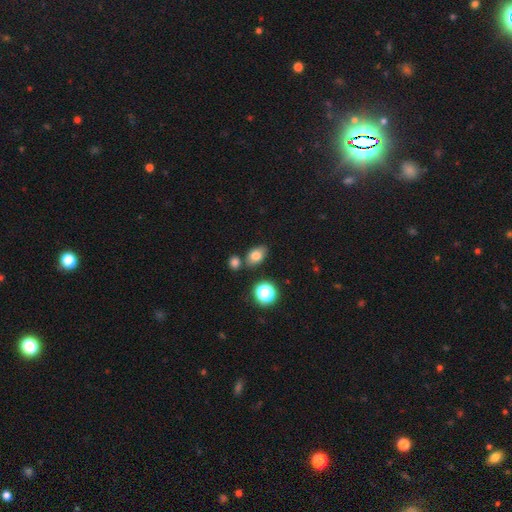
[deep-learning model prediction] Smooth or featured: smooth — 77% (star or artifact — 13%)
How rounded: in between — 80% (round — 18%)
Merging: none — 71% (merger — 13%)